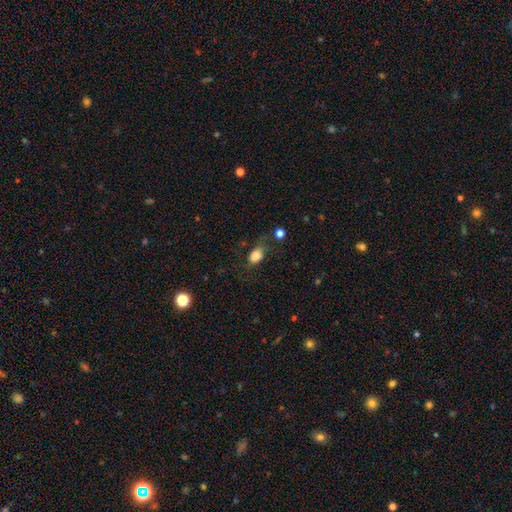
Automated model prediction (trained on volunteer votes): smooth 81%, star or artifact 10%, featured or disk 9%. Down the decision tree: how rounded — in between (79%); merging — none (58%).